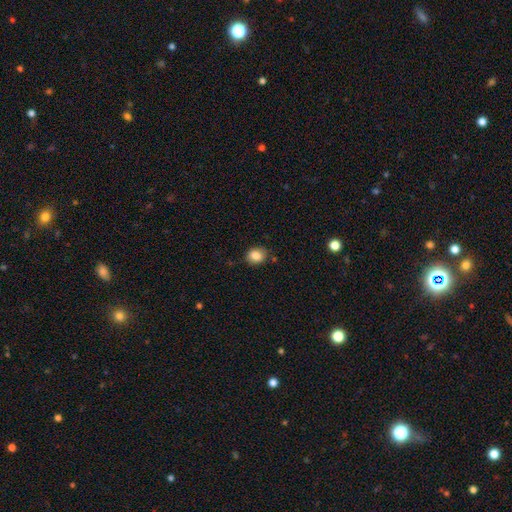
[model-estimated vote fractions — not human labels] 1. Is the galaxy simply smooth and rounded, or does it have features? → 84% smooth, 9% star or artifact, 7% featured or disk.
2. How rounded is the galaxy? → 51% round, 48% in between, 1% cigar-shaped.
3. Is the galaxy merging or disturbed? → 81% none, 14% minor disturbance, 3% major disturbance, 2% merger.